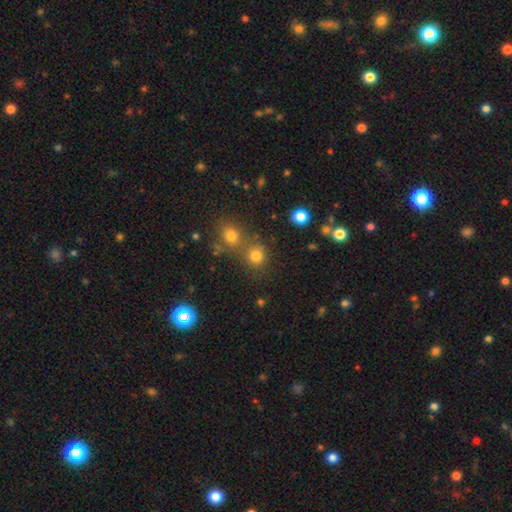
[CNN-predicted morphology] This appears to be a smooth galaxy with no disk features (77%) that is round (85%). Merging: none (59%).